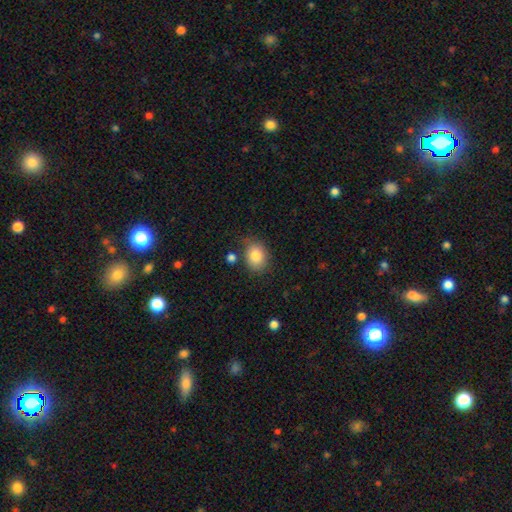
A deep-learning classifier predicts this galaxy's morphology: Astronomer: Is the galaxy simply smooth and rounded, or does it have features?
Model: smooth — 83%.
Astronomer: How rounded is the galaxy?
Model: in between — 57% (runner-up: round, 42%).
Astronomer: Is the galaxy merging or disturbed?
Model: none — 70%.